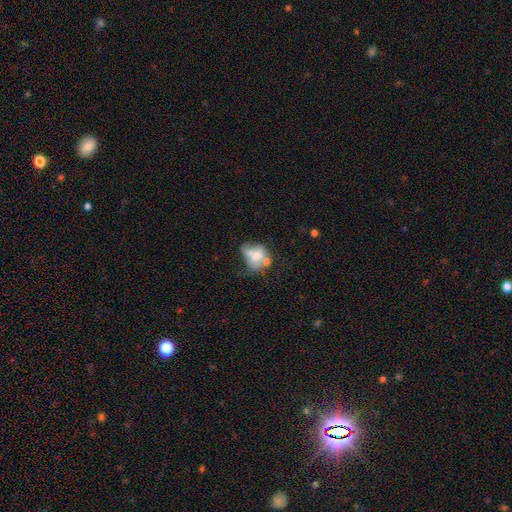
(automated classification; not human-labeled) Smooth or featured: smooth — 56% (featured or disk — 34%)
How rounded: round — 51% (in between — 48%)
Merging: merger — 37% (none — 27%)